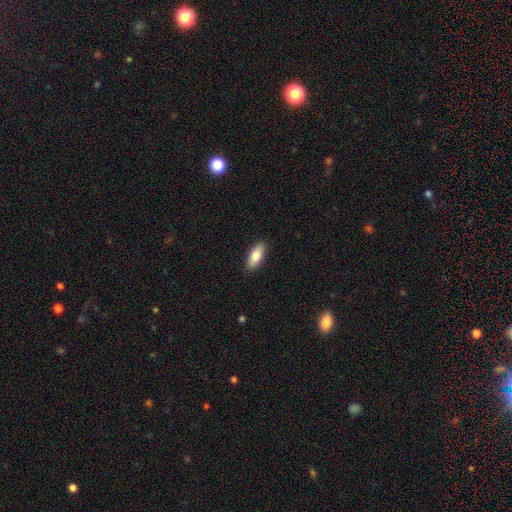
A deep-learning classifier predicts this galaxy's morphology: This appears to be a smooth galaxy with no disk features (82%) that is in between round and cigar-shaped (78%). Merging: none (90%).